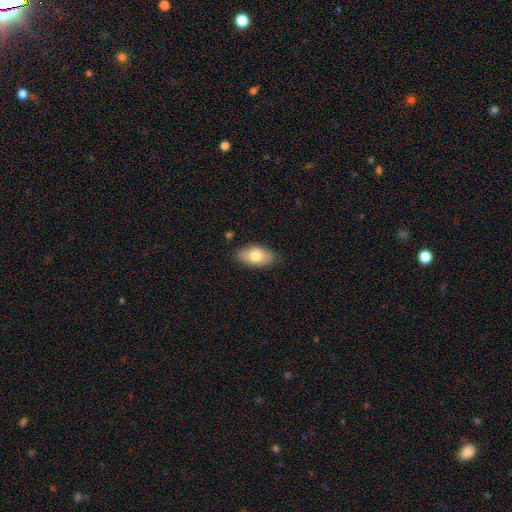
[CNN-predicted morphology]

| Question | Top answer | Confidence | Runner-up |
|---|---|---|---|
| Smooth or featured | smooth | 76% | featured or disk (17%) |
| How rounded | in between | 92% | round (4%) |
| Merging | none | 84% | minor disturbance (12%) |